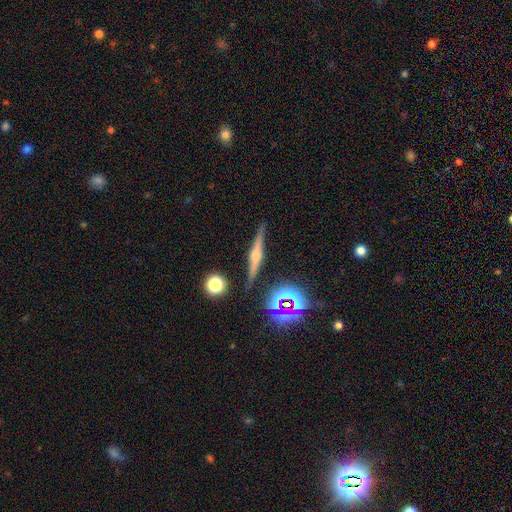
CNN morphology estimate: This is likely a featured or disk galaxy (68%). It is clearly viewed edge-on (97%). Edge-on bulge: clearly rounded (85%). Merging: clearly none (88%).